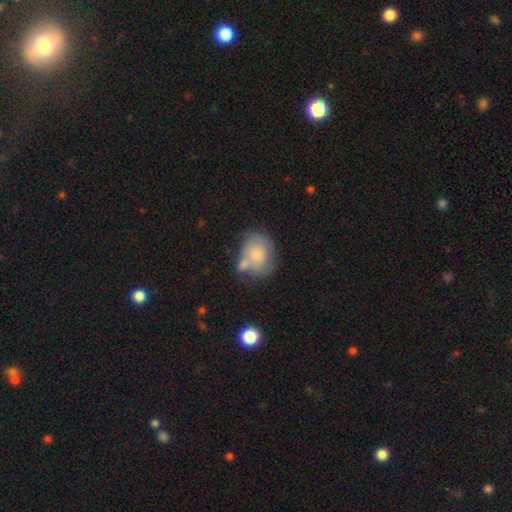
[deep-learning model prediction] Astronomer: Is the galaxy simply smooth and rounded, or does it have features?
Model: smooth — 68%.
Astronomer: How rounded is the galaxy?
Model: round — 54% (runner-up: in between, 45%).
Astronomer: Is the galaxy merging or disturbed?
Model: none — 39% (runner-up: merger, 27%).